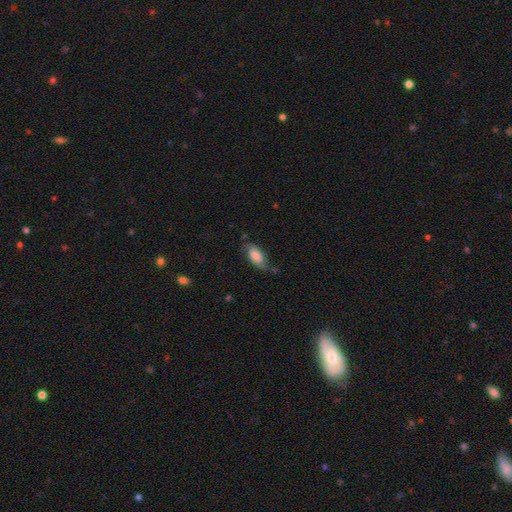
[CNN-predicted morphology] Overall: smooth (76%). How rounded: in between (89%). Merging: none (61%; minor disturbance 28%).